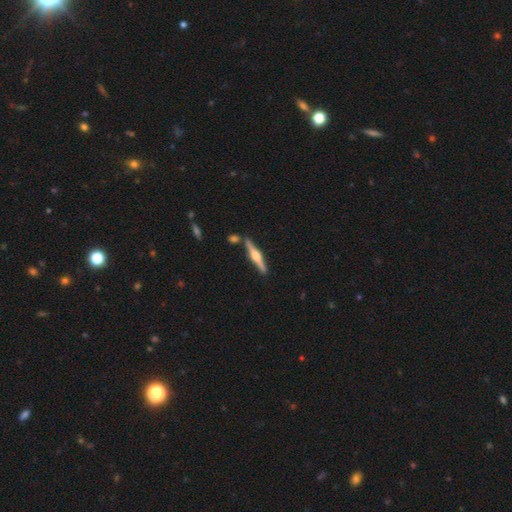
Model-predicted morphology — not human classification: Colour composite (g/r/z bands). It shows a featured or disk galaxy (76%) viewed edge-on (98%) with a rounded central bulge (93%). Merging: none (84%).